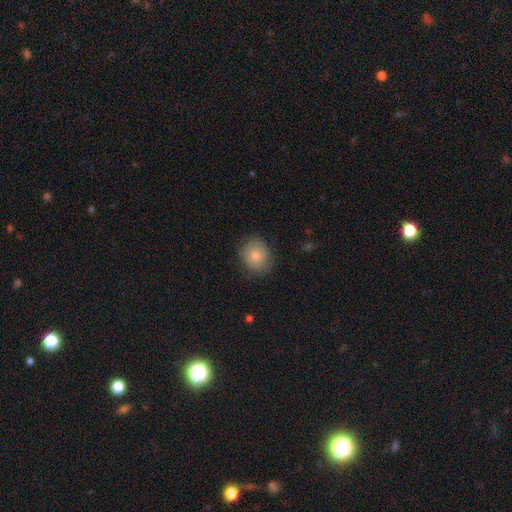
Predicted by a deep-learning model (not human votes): Overall: smooth (79%). How rounded: round (74%). Merging: none (77%).